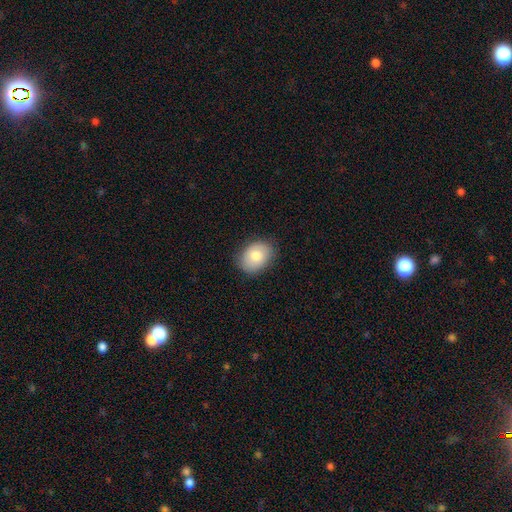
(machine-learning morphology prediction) smooth_or_featured: smooth (p=0.78) [alt: featured or disk p=0.14]
how_rounded: in between (p=0.67) [alt: round p=0.32]
merging: none (p=0.83) [alt: minor disturbance p=0.13]